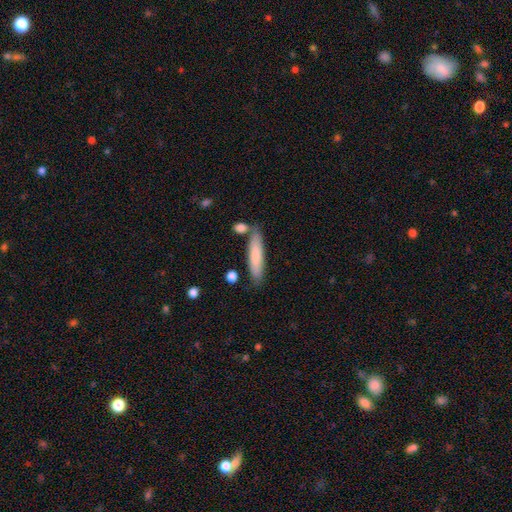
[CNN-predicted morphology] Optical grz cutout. It shows a smooth galaxy with no disk features (78%) that is cigar-shaped (82%). Merging: none (76%).